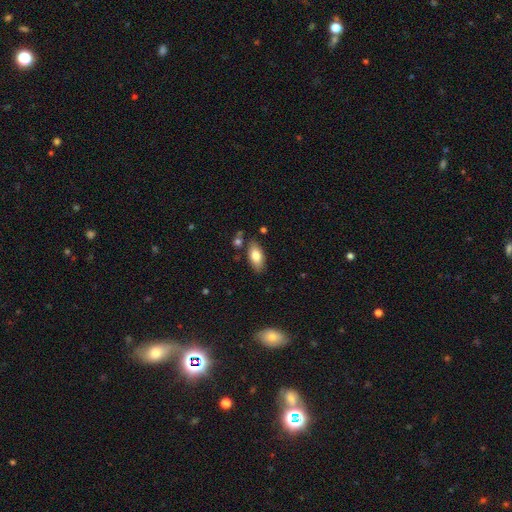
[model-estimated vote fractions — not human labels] smooth_or_featured: smooth (p=0.77) [alt: featured or disk p=0.16]
how_rounded: in between (p=0.88) [alt: cigar-shaped p=0.09]
merging: none (p=0.78) [alt: minor disturbance p=0.14]